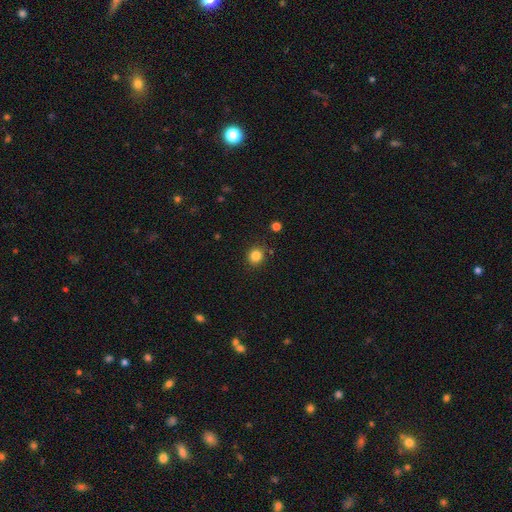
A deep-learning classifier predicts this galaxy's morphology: smooth 84%, star or artifact 12%, featured or disk 4%. Down the decision tree: how rounded — round (88%); merging — none (87%).